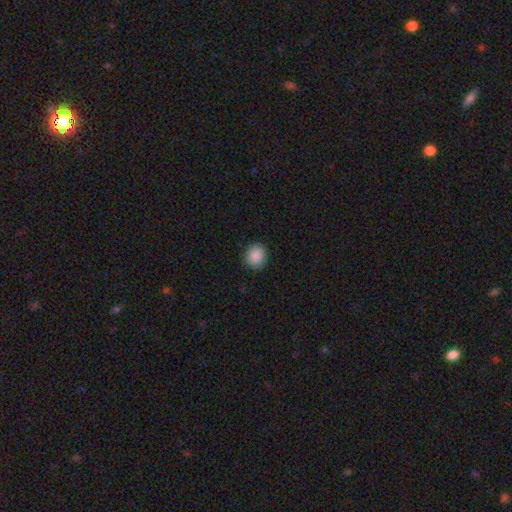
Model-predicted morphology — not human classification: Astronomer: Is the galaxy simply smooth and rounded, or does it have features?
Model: smooth — 89%.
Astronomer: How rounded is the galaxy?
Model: round — 75%.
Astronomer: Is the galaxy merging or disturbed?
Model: none — 88%.